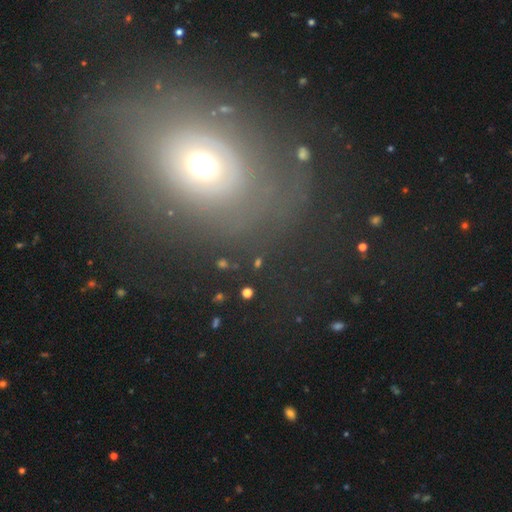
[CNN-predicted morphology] smooth-or-featured: smooth: 42% | featured or disk: 36% | star or artifact: 22%
  merging: none: 71% | minor disturbance: 13% | major disturbance: 13% | merger: 3%